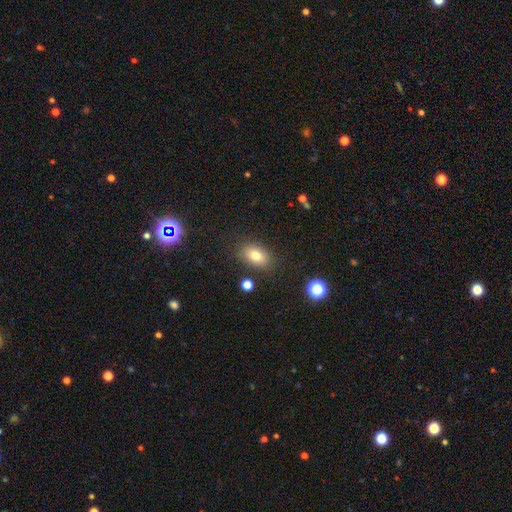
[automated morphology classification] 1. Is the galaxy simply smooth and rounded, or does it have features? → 79% smooth, 11% star or artifact, 10% featured or disk.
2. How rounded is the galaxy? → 83% in between, 15% round, 2% cigar-shaped.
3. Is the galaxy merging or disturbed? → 83% none, 11% minor disturbance, 3% major disturbance, 3% merger.